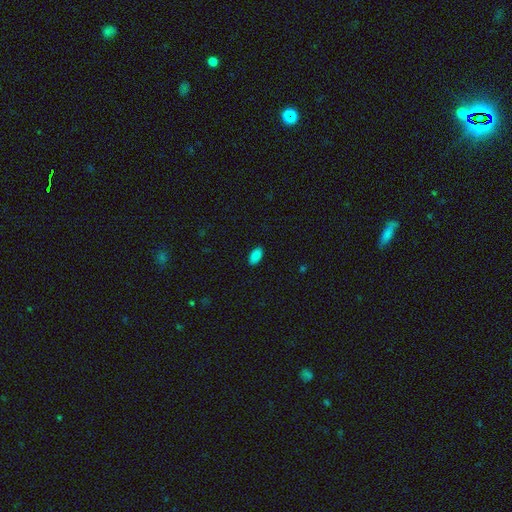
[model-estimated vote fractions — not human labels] This is clearly a smooth galaxy (87%). How rounded: clearly in between (94%). Merging: clearly none (89%).